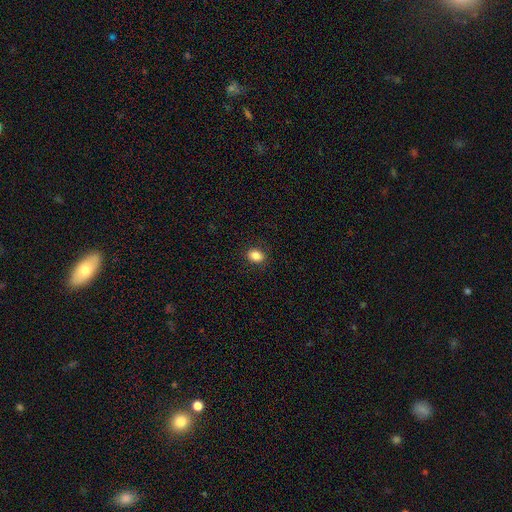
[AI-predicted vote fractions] A smooth galaxy with no disk features (85%) that is in between round and cigar-shaped (63%).

Vote fractions:
- Smooth or featured? smooth: 85% / star or artifact: 9% / featured or disk: 5%
- How rounded? in between: 63% / round: 36% / cigar-shaped: 1%
- Merging? none: 90% / minor disturbance: 7% / major disturbance: 2% / merger: 1%